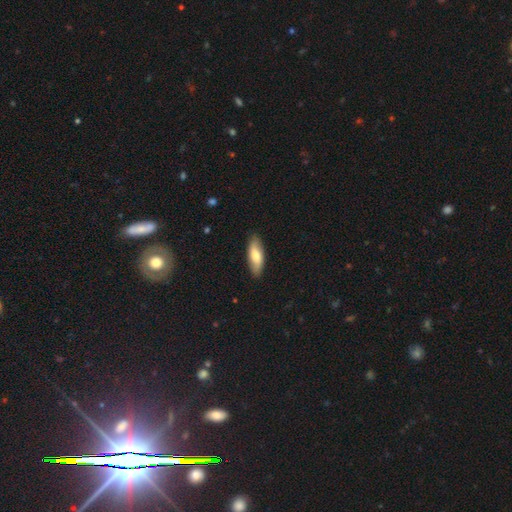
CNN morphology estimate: smooth 68%, featured or disk 26%, star or artifact 5%. Down the decision tree: how rounded — in between (69%); merging — none (87%).